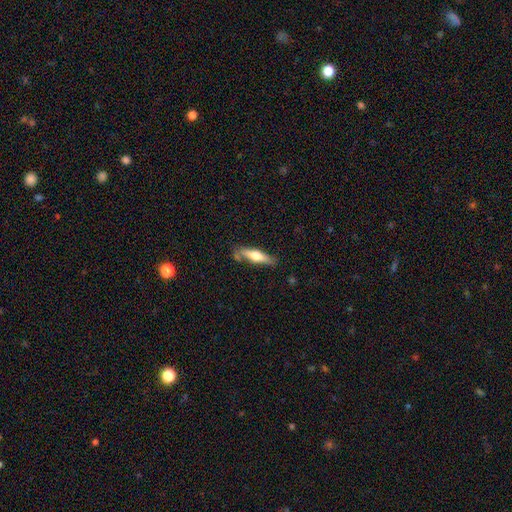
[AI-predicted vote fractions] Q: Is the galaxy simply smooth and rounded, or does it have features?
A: smooth — 49%.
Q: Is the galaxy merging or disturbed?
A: none — 74%.